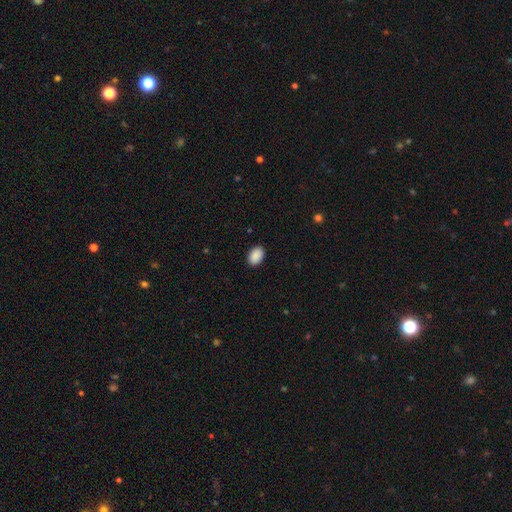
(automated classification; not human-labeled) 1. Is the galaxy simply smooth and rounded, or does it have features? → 90% smooth, 7% star or artifact, 3% featured or disk.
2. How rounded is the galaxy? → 84% in between, 15% round, 1% cigar-shaped.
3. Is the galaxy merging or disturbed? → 90% none, 7% minor disturbance, 2% major disturbance, 1% merger.